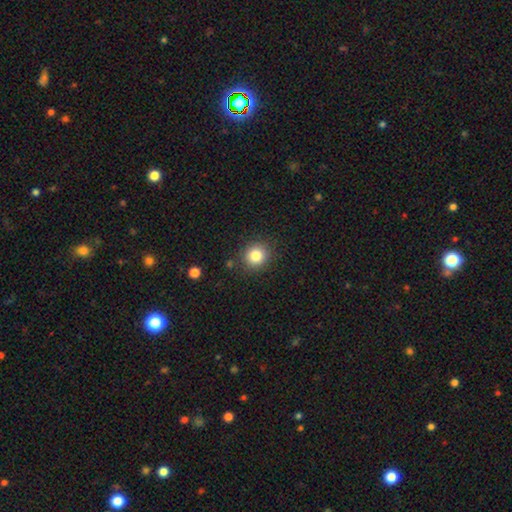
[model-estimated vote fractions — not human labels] Smooth or featured: smooth — 82% (star or artifact — 11%)
How rounded: round — 87% (in between — 12%)
Merging: none — 87% (minor disturbance — 8%)